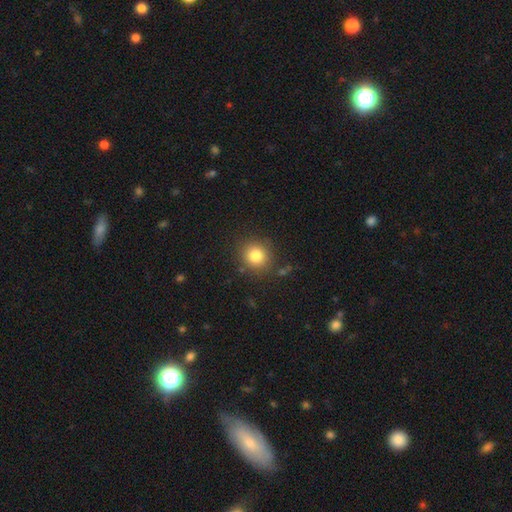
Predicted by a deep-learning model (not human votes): Smooth or featured?
  - smooth: 81% *
  - star or artifact: 12%
  - featured or disk: 7%
How rounded?
  - round: 88% *
  - in between: 11%
  - cigar-shaped: 1%
Merging?
  - none: 85% *
  - minor disturbance: 9%
  - major disturbance: 3%
  - merger: 3%